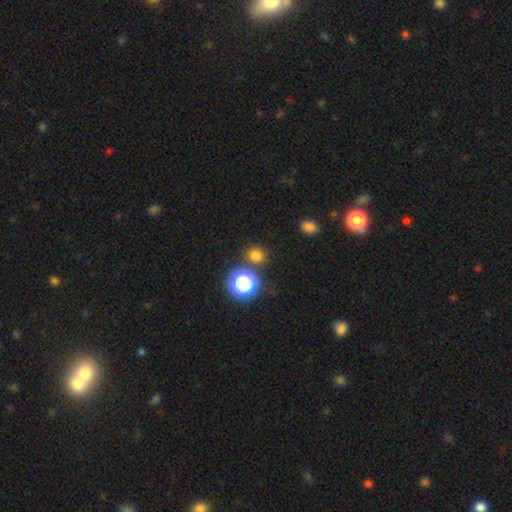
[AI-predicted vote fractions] Overall: smooth (73%). How rounded: round (85%). Merging: none (81%).